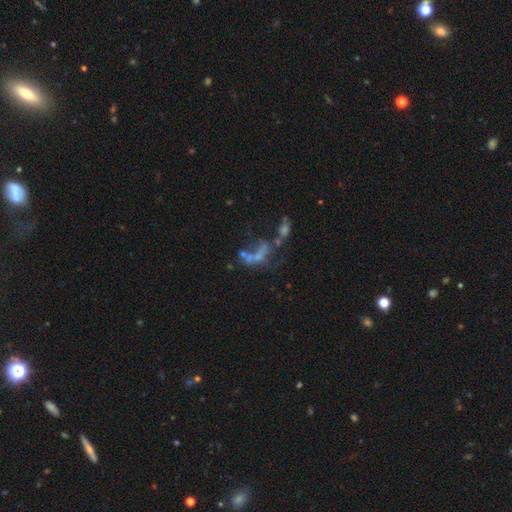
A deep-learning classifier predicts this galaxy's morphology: type=featured or disk (50%); merging=merger (40%).